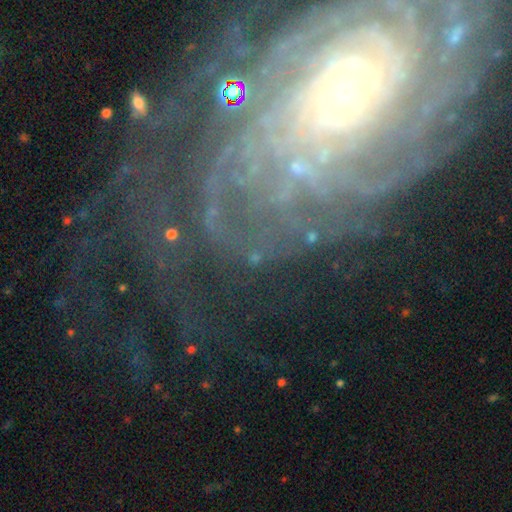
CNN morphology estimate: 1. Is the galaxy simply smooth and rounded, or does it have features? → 71% featured or disk, 19% star or artifact, 10% smooth.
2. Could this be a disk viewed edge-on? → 95% no, 5% yes.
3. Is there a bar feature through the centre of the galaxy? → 57% no, 25% weak, 17% strong.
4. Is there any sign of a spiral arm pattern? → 90% yes, 10% no.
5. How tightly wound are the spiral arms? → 69% tight, 22% medium, 9% loose.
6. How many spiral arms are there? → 32% can't tell, 17% more than 4, 14% 3, 13% 4, 13% 2, 10% 1.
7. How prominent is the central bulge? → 67% small, 18% moderate, 8% none, 4% large, 2% dominant.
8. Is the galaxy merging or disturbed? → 66% none, 15% major disturbance, 15% minor disturbance, 4% merger.